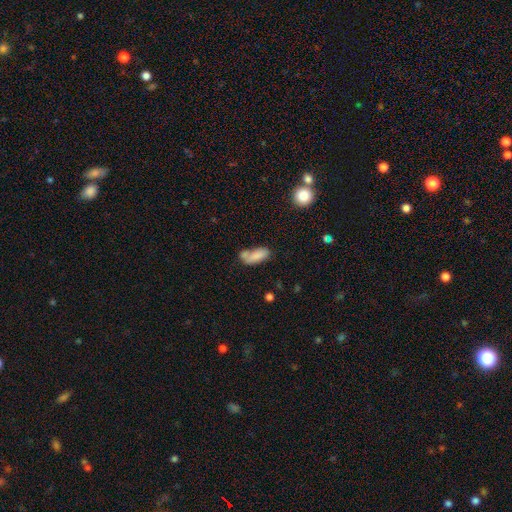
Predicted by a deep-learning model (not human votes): Overall: smooth (79%). How rounded: in between (83%). Merging: merger (36%, tied with none).